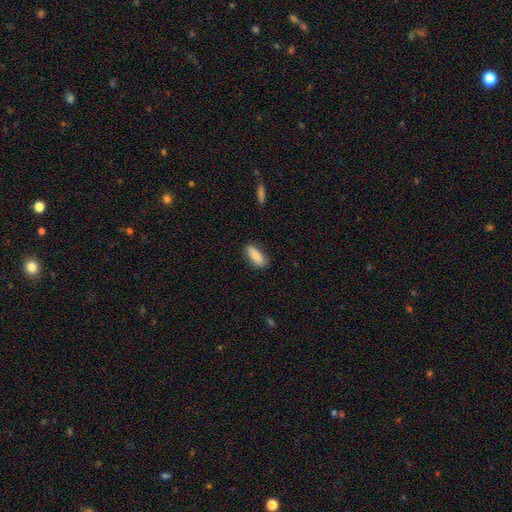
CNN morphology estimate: Smooth or featured? smooth (83%)
How rounded? in between (67%)
Merging? none (85%)